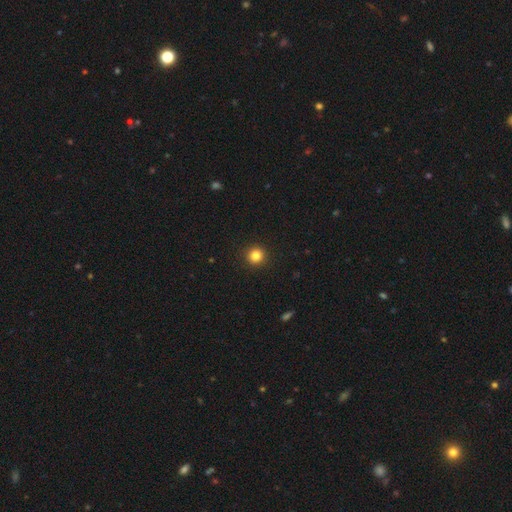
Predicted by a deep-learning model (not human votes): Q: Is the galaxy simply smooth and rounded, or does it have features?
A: smooth — 84%.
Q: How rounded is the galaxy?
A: round — 95%.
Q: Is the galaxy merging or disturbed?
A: none — 93%.